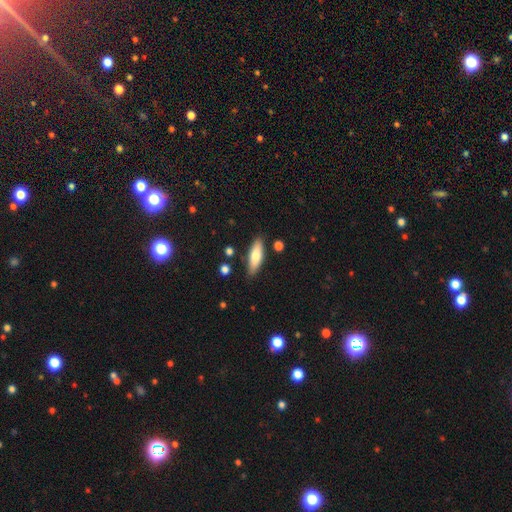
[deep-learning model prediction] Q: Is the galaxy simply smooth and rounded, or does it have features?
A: smooth — 71%.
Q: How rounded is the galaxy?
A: in between — 56%.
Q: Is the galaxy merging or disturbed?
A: none — 83%.